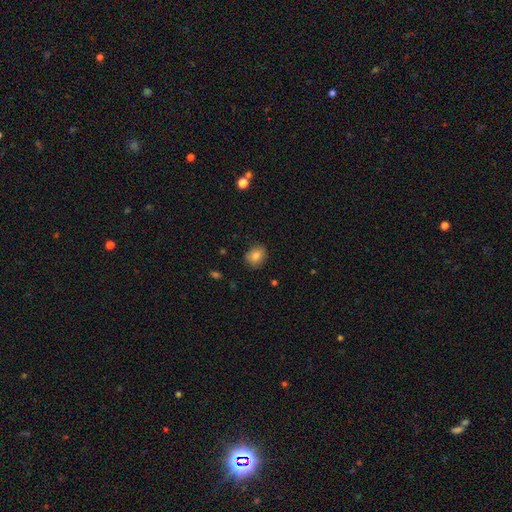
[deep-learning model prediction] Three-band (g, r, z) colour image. It shows a smooth galaxy with no disk features (79%) that is round (64%). Merging: none (84%).